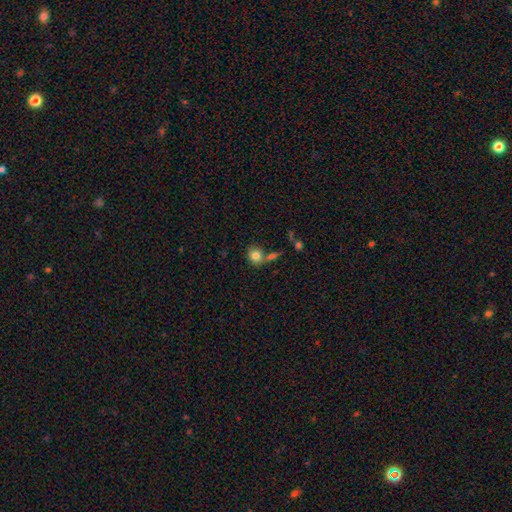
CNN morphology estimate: The model was most divided on "merging": none: 54%, merger: 27%, minor disturbance: 14%, major disturbance: 6%. More confident: smooth or featured — smooth (81%); how rounded — round (74%).